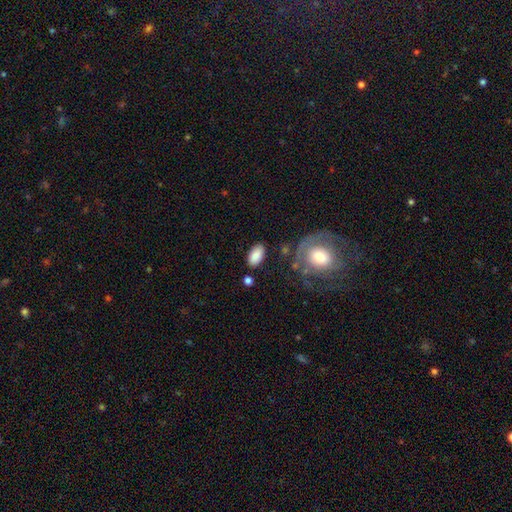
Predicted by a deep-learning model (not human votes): smooth_or_featured: smooth (p=0.86) [alt: featured or disk p=0.07]
how_rounded: in between (p=0.93) [alt: round p=0.05]
merging: none (p=0.80) [alt: minor disturbance p=0.12]